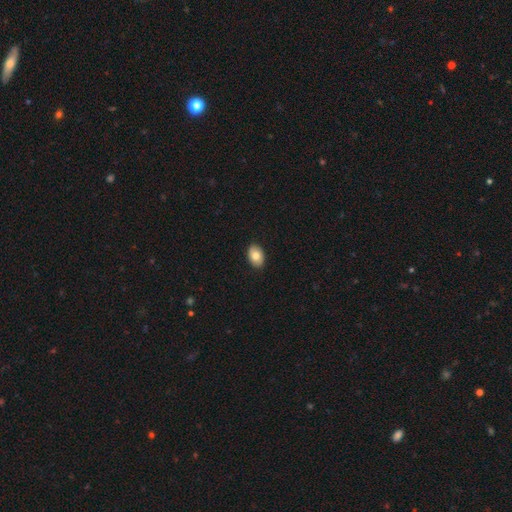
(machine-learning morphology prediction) Overall: smooth (79%). How rounded: in between (86%). Merging: none (90%).